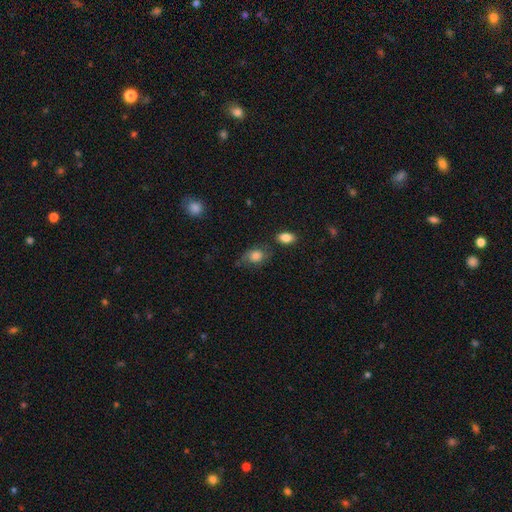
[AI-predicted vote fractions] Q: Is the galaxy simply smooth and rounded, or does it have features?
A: smooth — 65%.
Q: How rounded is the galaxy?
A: in between — 65%.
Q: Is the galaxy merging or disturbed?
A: none — 52%.